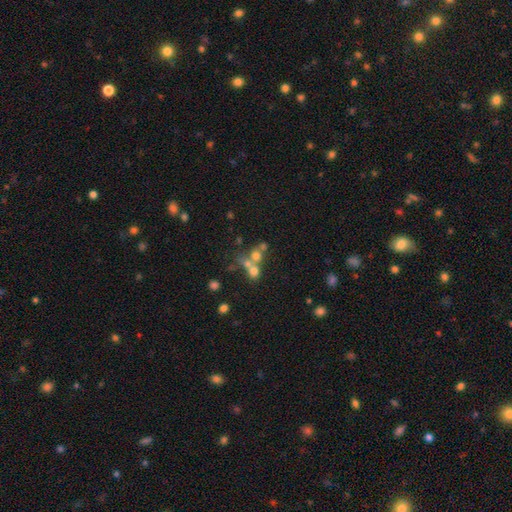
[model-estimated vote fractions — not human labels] This appears to be a smooth galaxy with no disk features (57%) that is round (79%). Merging: merger (54%).